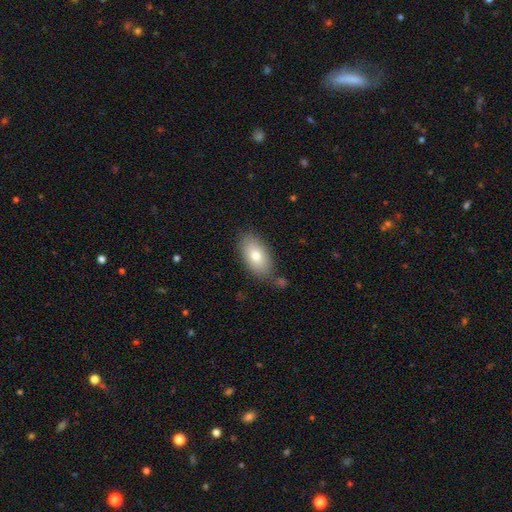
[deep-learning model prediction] A smooth galaxy with no disk features (75%) that is in between round and cigar-shaped (92%).

Vote fractions:
- Smooth or featured? smooth: 75% / featured or disk: 17% / star or artifact: 8%
- How rounded? in between: 92% / round: 6% / cigar-shaped: 2%
- Merging? none: 73% / minor disturbance: 16% / merger: 7% / major disturbance: 4%